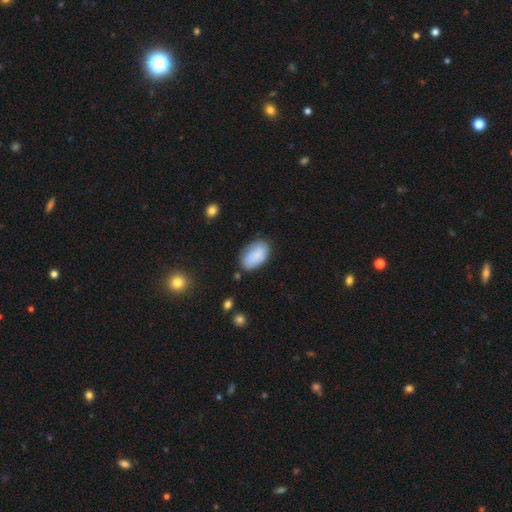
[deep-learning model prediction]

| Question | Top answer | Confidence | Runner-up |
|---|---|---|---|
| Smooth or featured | smooth | 83% | featured or disk (9%) |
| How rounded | in between | 93% | round (5%) |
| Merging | none | 71% | minor disturbance (21%) |